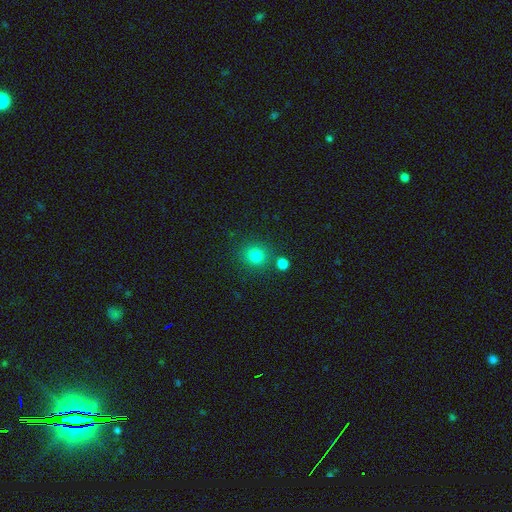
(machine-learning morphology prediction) This appears to be a smooth galaxy with no disk features (81%) that is round (89%). Merging: none (81%).